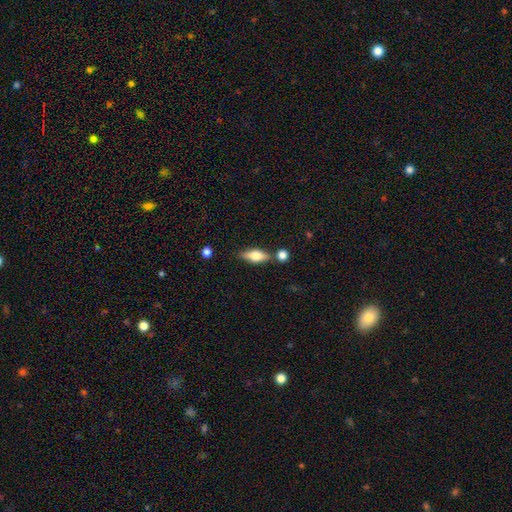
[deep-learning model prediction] Q: Smooth or featured?
A: smooth (53%); runner-up: featured or disk (39%)
Q: How rounded?
A: in between (67%); runner-up: cigar-shaped (29%)
Q: Merging?
A: none (75%); runner-up: minor disturbance (12%)